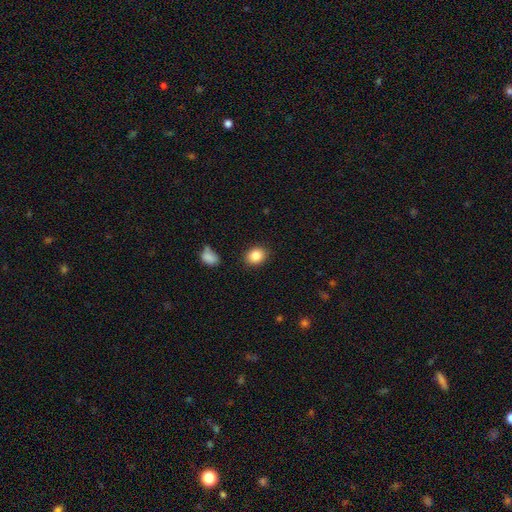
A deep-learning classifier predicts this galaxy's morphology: Smooth or featured?
  - smooth: 86% *
  - star or artifact: 9%
  - featured or disk: 6%
How rounded?
  - round: 58% *
  - in between: 41%
  - cigar-shaped: 1%
Merging?
  - none: 86% *
  - minor disturbance: 9%
  - major disturbance: 3%
  - merger: 2%